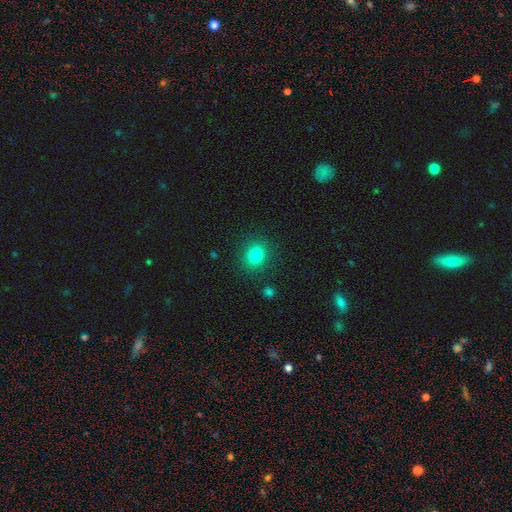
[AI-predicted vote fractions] Overall: smooth (81%). How rounded: round (65%; in between 34%). Merging: none (87%).